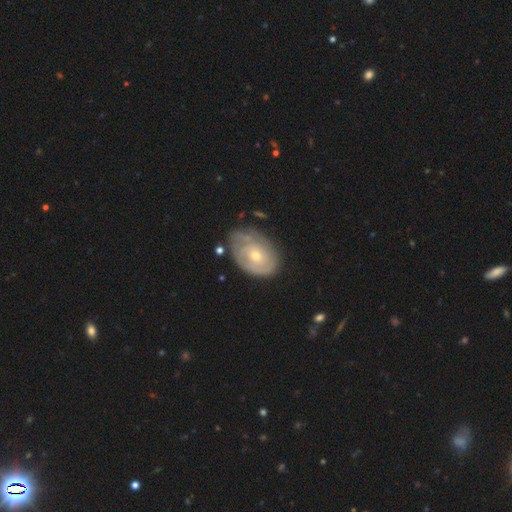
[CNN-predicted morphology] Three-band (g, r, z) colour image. It shows a featured or disk galaxy (68%) with no bar (79%), tight (73%) spiral arms (78%) and a moderate central bulge (49%). Merging: none (67%).